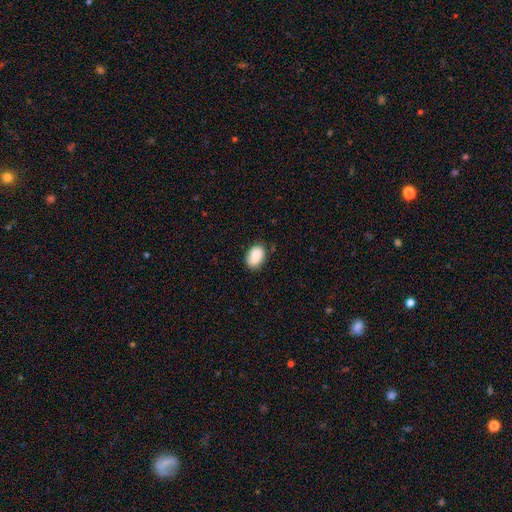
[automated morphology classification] Smooth or featured? smooth (87%)
How rounded? in between (85%)
Merging? none (76%)